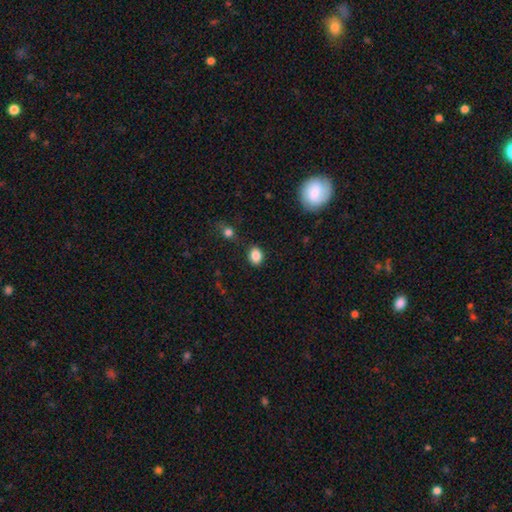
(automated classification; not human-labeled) Smooth or featured: smooth — 86% (star or artifact — 10%)
How rounded: in between — 55% (round — 44%)
Merging: none — 82% (minor disturbance — 11%)